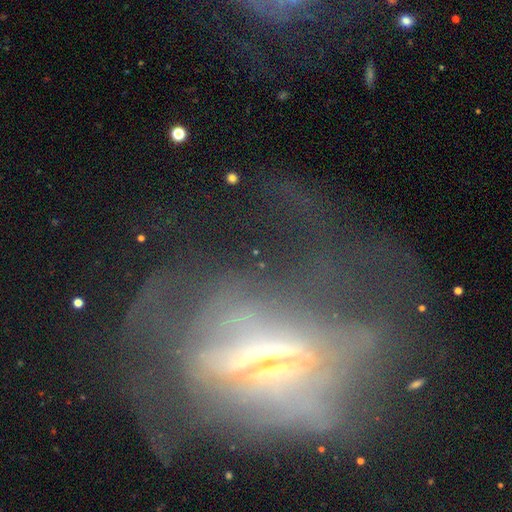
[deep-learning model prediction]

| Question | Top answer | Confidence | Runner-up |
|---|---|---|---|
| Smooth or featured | featured or disk | 62% | star or artifact (19%) |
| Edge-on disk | no | 67% | yes (33%) |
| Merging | major disturbance | 54% | none (26%) |